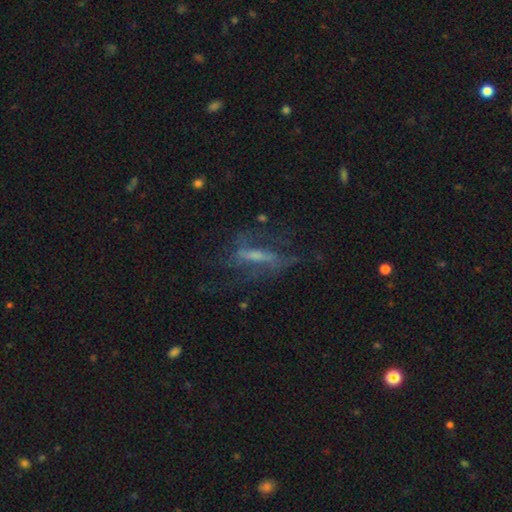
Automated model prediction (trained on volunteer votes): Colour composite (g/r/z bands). It shows a featured or disk galaxy (69%). Merging: none (55%).